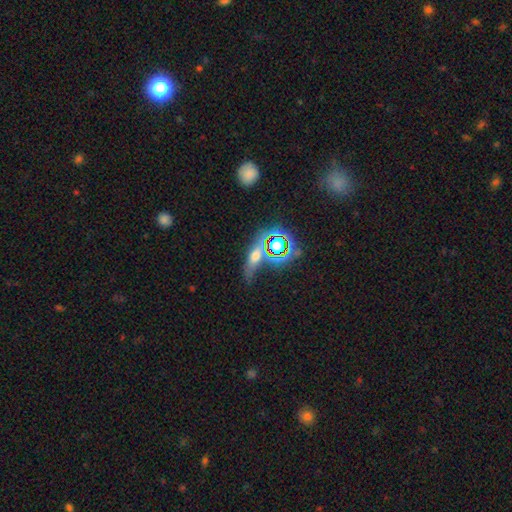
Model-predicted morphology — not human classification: smooth_or_featured: smooth (p=0.42) [alt: star or artifact p=0.34]
merging: none (p=0.61) [alt: minor disturbance p=0.18]